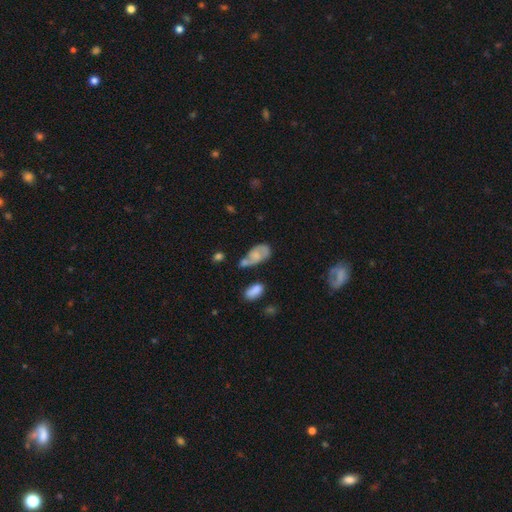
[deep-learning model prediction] Smooth or featured: smooth — 49% (featured or disk — 42%)
Merging: none — 36% (minor disturbance — 27%)